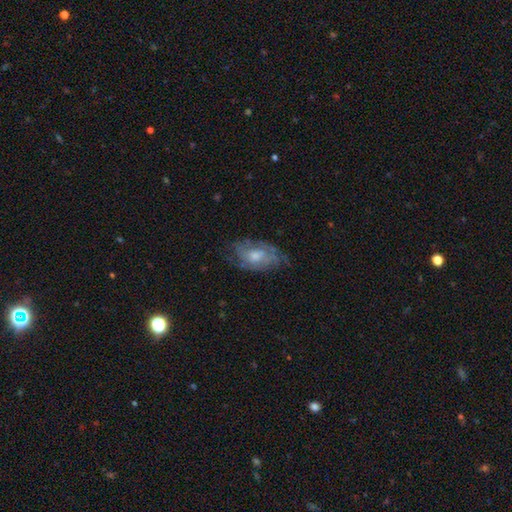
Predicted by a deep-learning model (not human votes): featured or disk 62%, smooth 30%, star or artifact 8%. Down the decision tree: edge-on disk — no (93%); bar — no (79%); spiral arms — yes (69%); bulge size — moderate (57%); merging — none (59%).